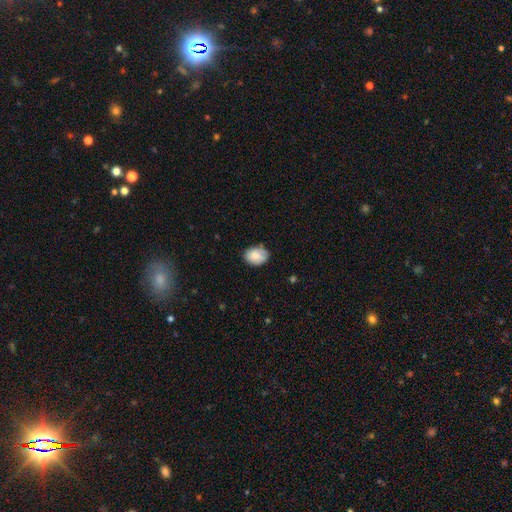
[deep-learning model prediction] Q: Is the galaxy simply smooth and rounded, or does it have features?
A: smooth — 81%.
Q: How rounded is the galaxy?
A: in between — 72%.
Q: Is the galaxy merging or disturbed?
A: none — 71%.